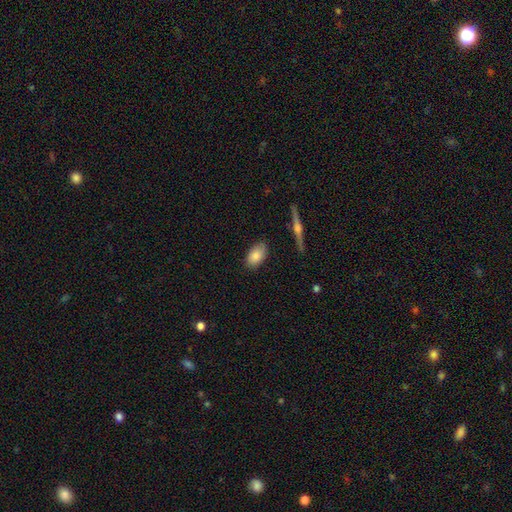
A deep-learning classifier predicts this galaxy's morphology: Q: Smooth or featured?
A: smooth (80%); runner-up: featured or disk (13%)
Q: How rounded?
A: in between (91%); runner-up: round (6%)
Q: Merging?
A: none (83%); runner-up: minor disturbance (13%)